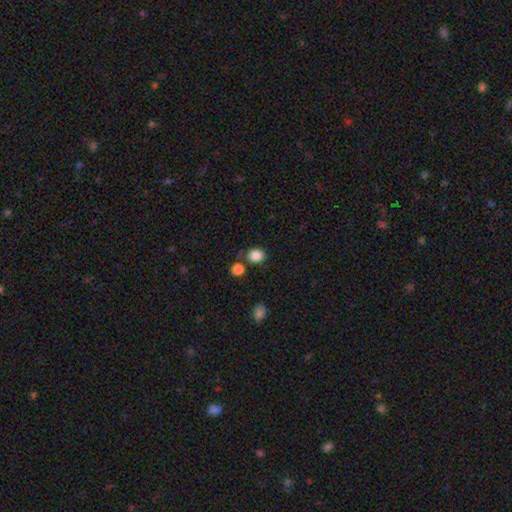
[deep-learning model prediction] A smooth galaxy with no disk features (86%) that is round (72%).

Vote fractions:
- Smooth or featured? smooth: 86% / star or artifact: 10% / featured or disk: 4%
- How rounded? round: 72% / in between: 27% / cigar-shaped: 1%
- Merging? none: 74% / minor disturbance: 12% / merger: 11% / major disturbance: 4%